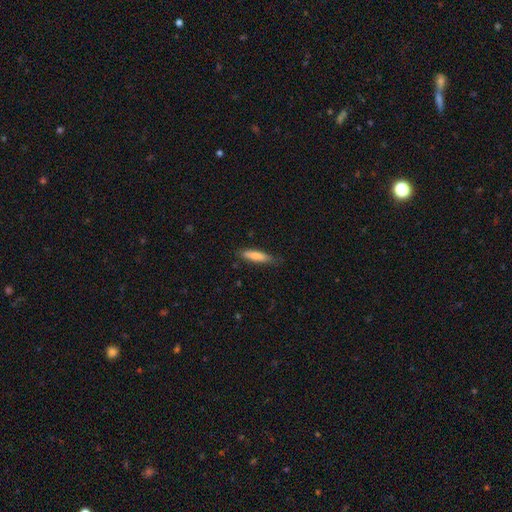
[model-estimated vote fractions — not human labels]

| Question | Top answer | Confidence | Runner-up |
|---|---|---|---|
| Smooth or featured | smooth | 81% | featured or disk (13%) |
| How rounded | cigar-shaped | 75% | in between (23%) |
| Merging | none | 78% | minor disturbance (18%) |